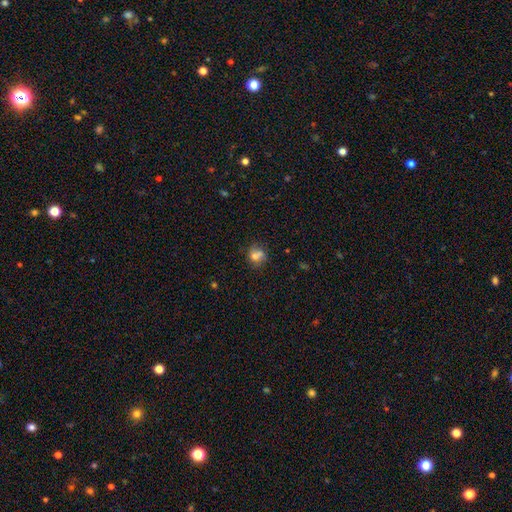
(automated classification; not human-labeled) Overall: smooth (67%). How rounded: round (69%). Merging: none (57%; minor disturbance 22%).